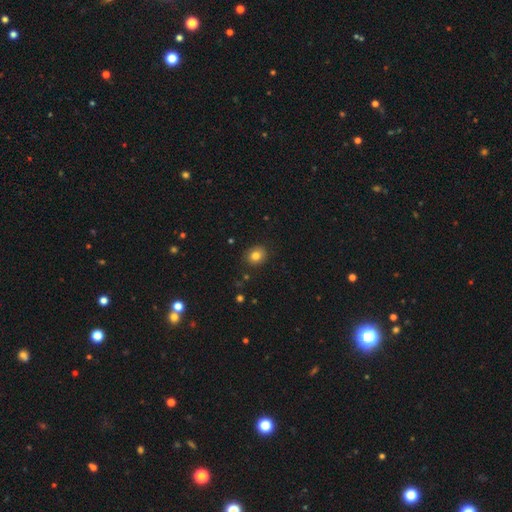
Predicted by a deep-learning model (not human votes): smooth 81%, star or artifact 11%, featured or disk 8%. Down the decision tree: how rounded — round (71%); merging — none (88%).